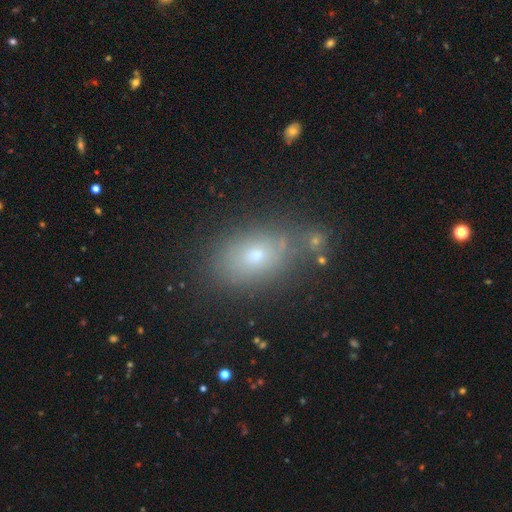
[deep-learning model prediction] Q: Smooth or featured?
A: smooth (67%); runner-up: featured or disk (17%)
Q: How rounded?
A: in between (78%); runner-up: round (20%)
Q: Merging?
A: none (73%); runner-up: minor disturbance (15%)